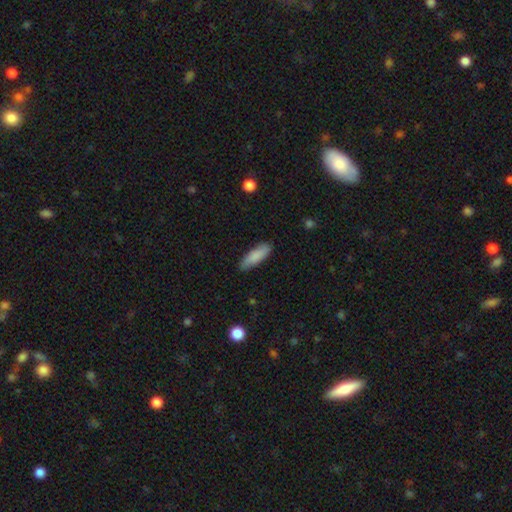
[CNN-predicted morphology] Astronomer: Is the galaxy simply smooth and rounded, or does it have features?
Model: smooth — 85%.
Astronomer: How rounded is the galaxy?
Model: in between — 51% (runner-up: cigar-shaped, 47%).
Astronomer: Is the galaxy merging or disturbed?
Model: none — 84%.